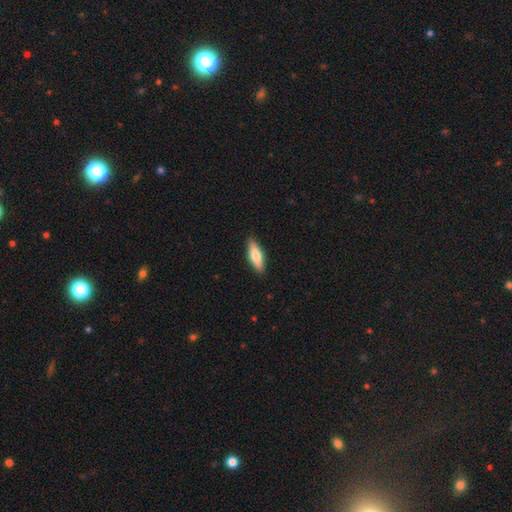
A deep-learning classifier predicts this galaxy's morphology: type=smooth (66%); roundness=in between (50%); merging=none (89%).